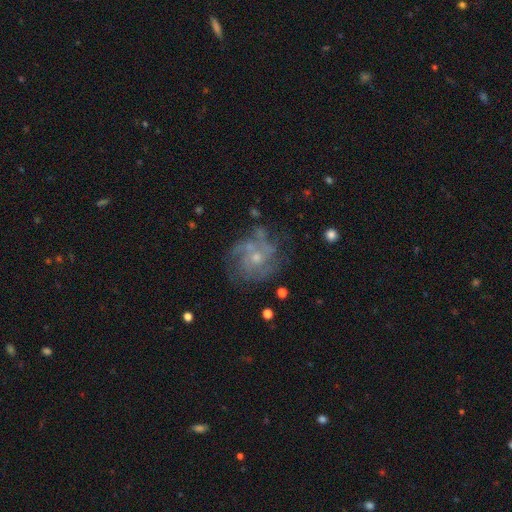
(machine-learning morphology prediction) Smooth or featured?
  - featured or disk: 77% *
  - smooth: 14%
  - star or artifact: 9%
Edge-on disk?
  - no: 98% *
  - yes: 2%
Bar?
  - no: 79% *
  - weak: 18%
  - strong: 3%
Spiral arms?
  - yes: 84% *
  - no: 16%
Spiral winding?
  - tight: 47% *
  - medium: 38%
  - loose: 15%
Spiral arm count?
  - can't tell: 39% *
  - 3: 22%
  - 2: 14%
  - 4: 13%
  - more than 4: 6%
  - 1: 6%
Bulge size?
  - small: 57% *
  - moderate: 38%
  - none: 3%
  - large: 2%
  - dominant: 1%
Merging?
  - none: 64% *
  - minor disturbance: 20%
  - major disturbance: 13%
  - merger: 4%